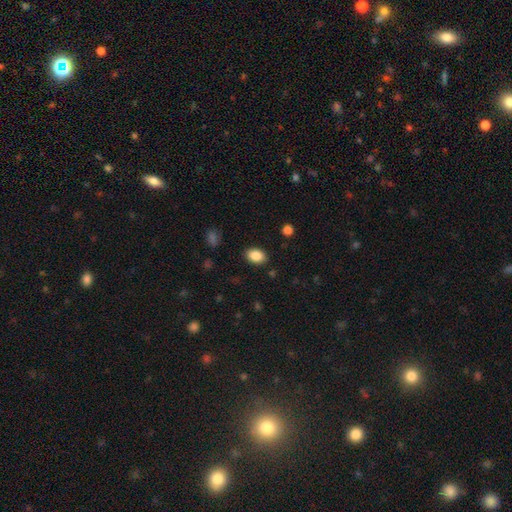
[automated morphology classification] Smooth or featured?
  - smooth: 87% *
  - star or artifact: 8%
  - featured or disk: 5%
How rounded?
  - in between: 84% *
  - round: 15%
  - cigar-shaped: 1%
Merging?
  - none: 87% *
  - minor disturbance: 9%
  - major disturbance: 3%
  - merger: 1%